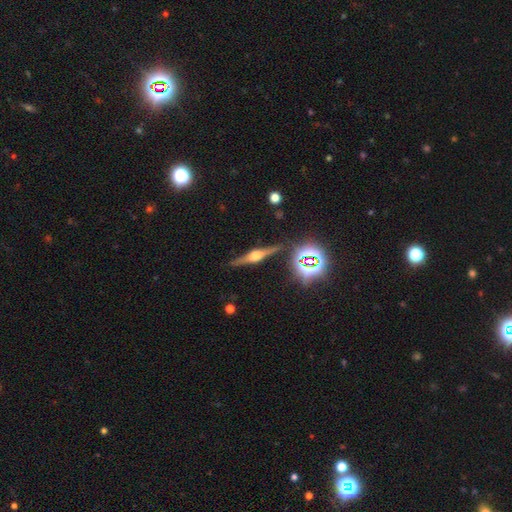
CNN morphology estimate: Q: Smooth or featured?
A: featured or disk (77%); runner-up: smooth (12%)
Q: Edge-on disk?
A: yes (97%); runner-up: no (3%)
Q: Edge-on bulge?
A: rounded (90%); runner-up: boxy (8%)
Q: Merging?
A: none (88%); runner-up: minor disturbance (8%)